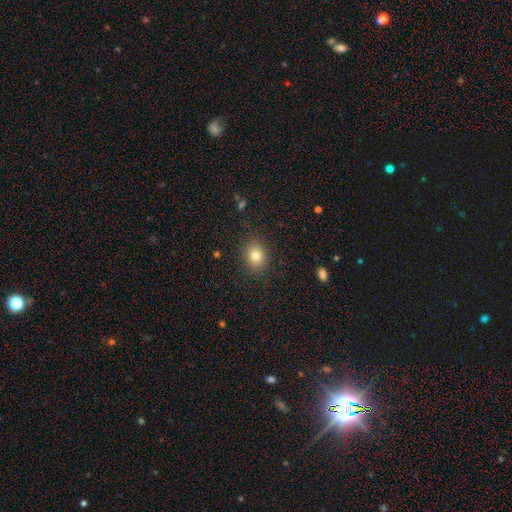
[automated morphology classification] Smooth or featured?
  - smooth: 79% *
  - star or artifact: 12%
  - featured or disk: 9%
How rounded?
  - round: 55% *
  - in between: 44%
  - cigar-shaped: 1%
Merging?
  - none: 87% *
  - minor disturbance: 9%
  - major disturbance: 3%
  - merger: 1%